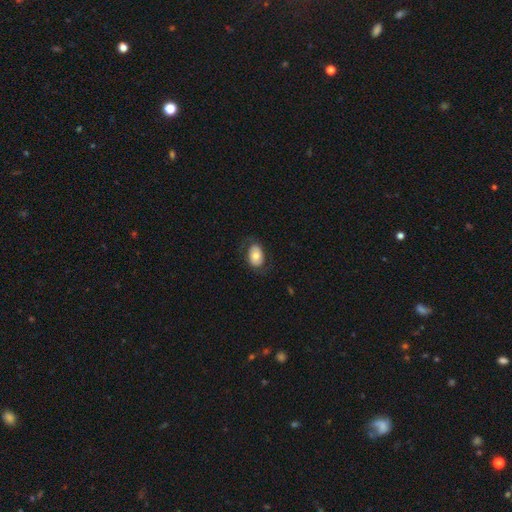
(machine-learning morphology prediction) smooth-or-featured: smooth: 65% | featured or disk: 28% | star or artifact: 7%
  how-rounded: in between: 84% | round: 15% | cigar-shaped: 1%
  merging: none: 73% | minor disturbance: 16% | major disturbance: 10% | merger: 1%